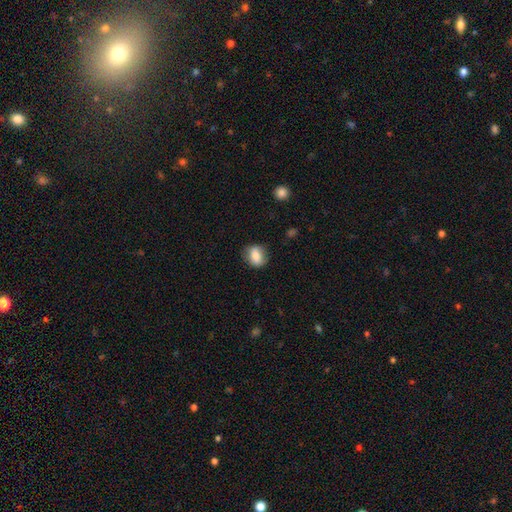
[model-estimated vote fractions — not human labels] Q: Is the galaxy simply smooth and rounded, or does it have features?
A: smooth — 80%.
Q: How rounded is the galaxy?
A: in between — 50%.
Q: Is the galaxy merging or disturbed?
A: none — 76%.